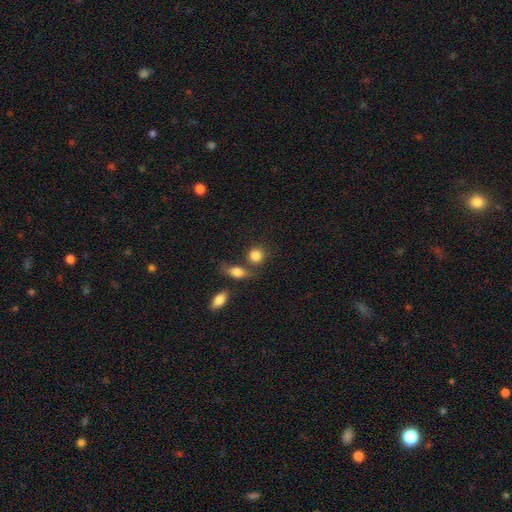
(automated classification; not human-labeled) A smooth galaxy with no disk features (84%) that is round (76%). Merging: none (59%).